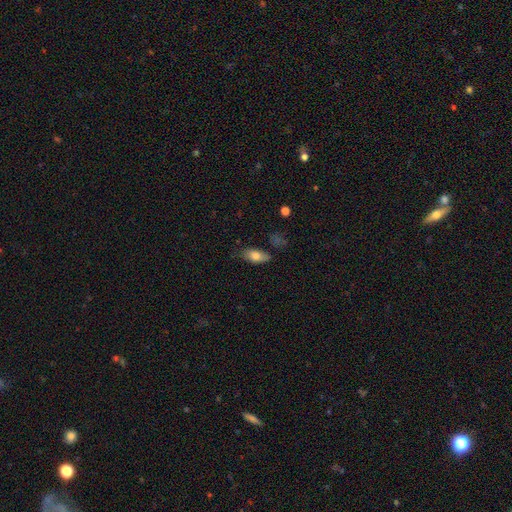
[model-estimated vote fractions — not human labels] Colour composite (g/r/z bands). It shows a smooth galaxy with no disk features (77%) that is in between round and cigar-shaped (85%). Merging: none (75%).